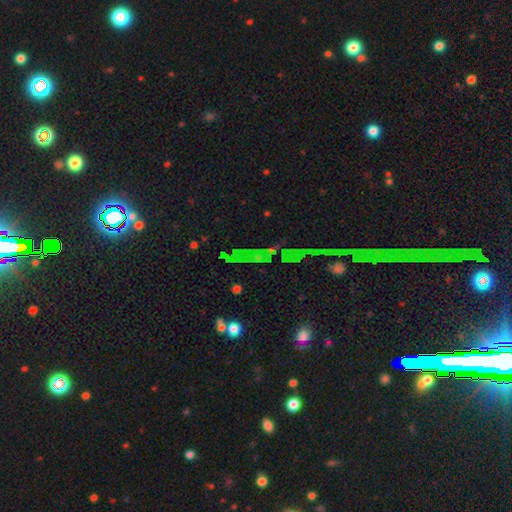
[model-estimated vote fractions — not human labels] The model was most divided on "smooth or featured": star or artifact: 81%, featured or disk: 10%, smooth: 9%.